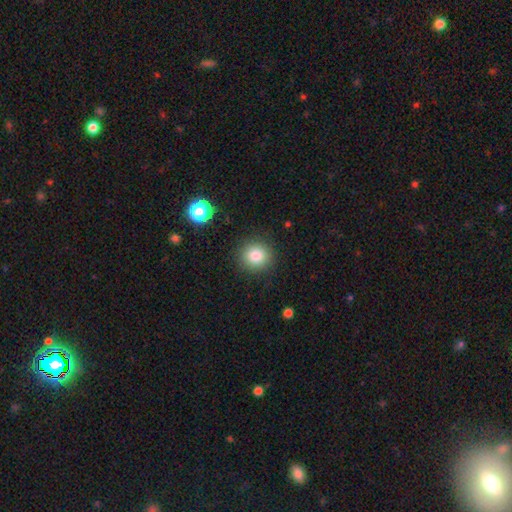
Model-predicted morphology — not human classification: smooth_or_featured: smooth (p=0.82) [alt: star or artifact p=0.11]
how_rounded: round (p=0.92) [alt: in between p=0.07]
merging: none (p=0.89) [alt: minor disturbance p=0.07]